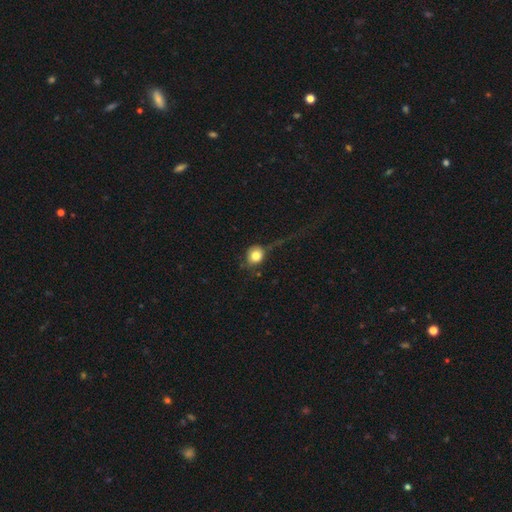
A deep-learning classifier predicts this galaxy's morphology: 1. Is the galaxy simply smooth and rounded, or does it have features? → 81% smooth, 10% featured or disk, 10% star or artifact.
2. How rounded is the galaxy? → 75% round, 23% in between, 1% cigar-shaped.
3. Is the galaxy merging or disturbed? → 52% none, 22% minor disturbance, 21% major disturbance, 4% merger.